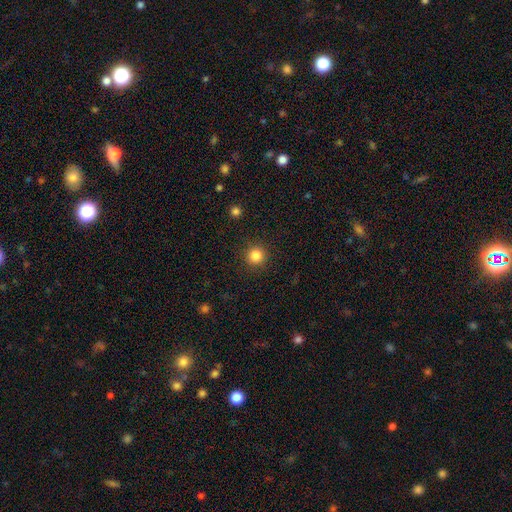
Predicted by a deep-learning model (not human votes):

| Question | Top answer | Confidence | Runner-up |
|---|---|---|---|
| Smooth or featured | smooth | 84% | star or artifact (11%) |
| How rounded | round | 95% | in between (4%) |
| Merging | none | 91% | minor disturbance (5%) |